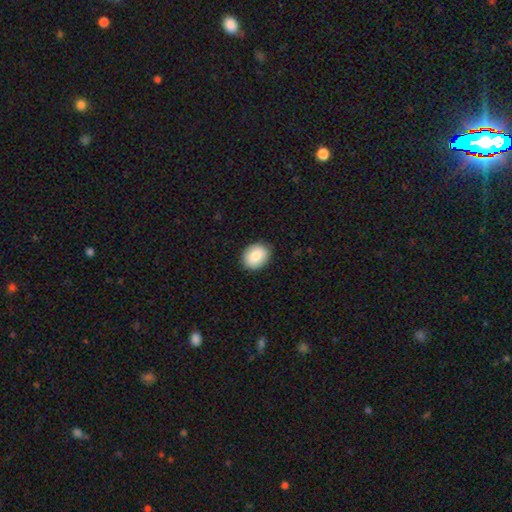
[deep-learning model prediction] Smooth or featured?
  - smooth: 84% *
  - featured or disk: 9%
  - star or artifact: 7%
How rounded?
  - in between: 52% *
  - round: 47%
  - cigar-shaped: 1%
Merging?
  - none: 89% *
  - minor disturbance: 8%
  - major disturbance: 2%
  - merger: 1%